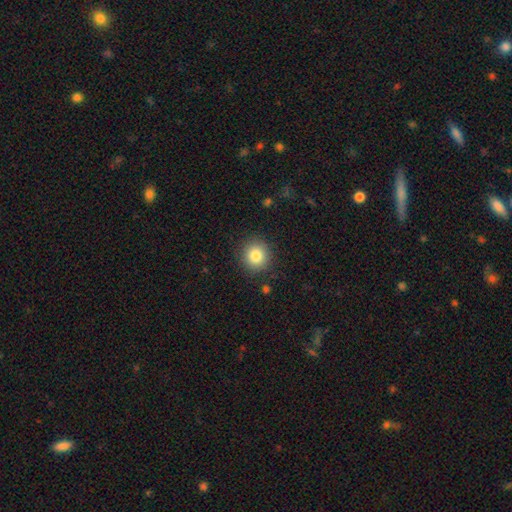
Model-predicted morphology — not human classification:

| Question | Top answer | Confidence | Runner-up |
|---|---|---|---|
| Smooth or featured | smooth | 83% | star or artifact (10%) |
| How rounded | round | 91% | in between (8%) |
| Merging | none | 89% | minor disturbance (7%) |